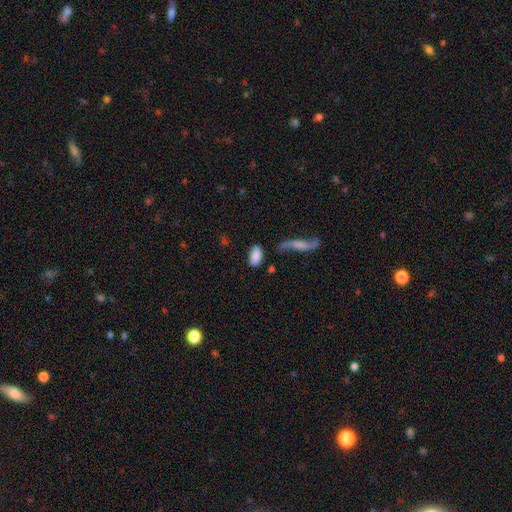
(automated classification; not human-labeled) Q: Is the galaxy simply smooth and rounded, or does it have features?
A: smooth — 82%.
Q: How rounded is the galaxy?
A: in between — 92%.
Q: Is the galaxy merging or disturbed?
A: none — 63%.